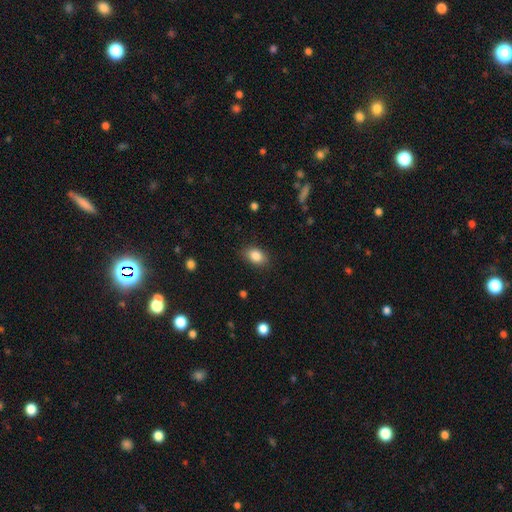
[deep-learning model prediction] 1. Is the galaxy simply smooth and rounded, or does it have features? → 86% smooth, 8% star or artifact, 5% featured or disk.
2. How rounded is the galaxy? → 82% in between, 17% round, 1% cigar-shaped.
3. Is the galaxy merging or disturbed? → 84% none, 12% minor disturbance, 3% major disturbance, 1% merger.